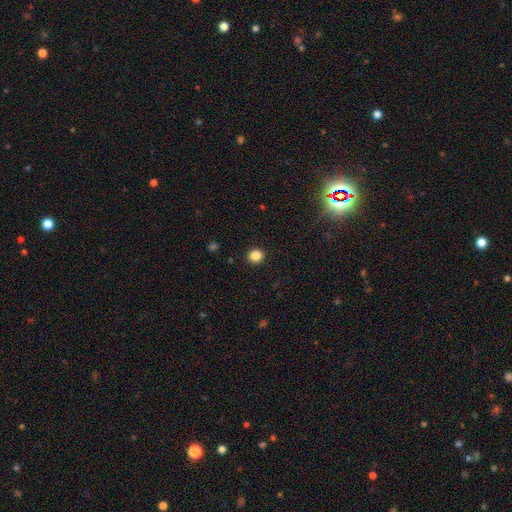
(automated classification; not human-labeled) Morphology: type=smooth (85%); roundness=round (85%); merging=none (92%).